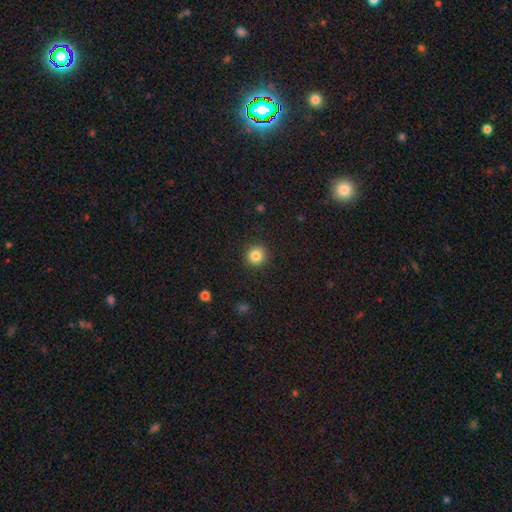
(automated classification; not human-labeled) Q: Smooth or featured?
A: smooth (83%); runner-up: star or artifact (10%)
Q: How rounded?
A: round (93%); runner-up: in between (6%)
Q: Merging?
A: none (92%); runner-up: minor disturbance (5%)